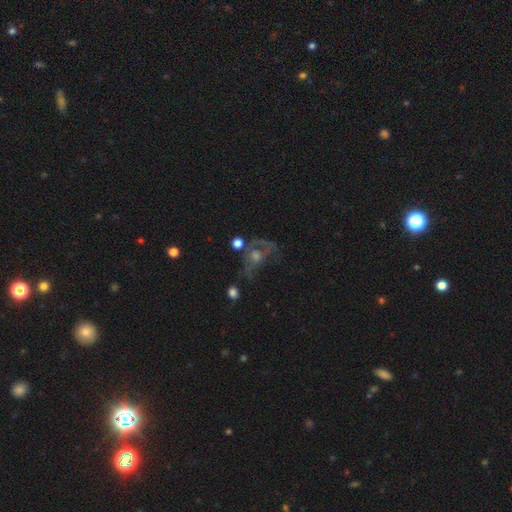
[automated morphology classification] A featured or disk galaxy (54%) with no bar (80%), spiral arms (56%) and a moderate central bulge (48%). Merging: major disturbance (36%).